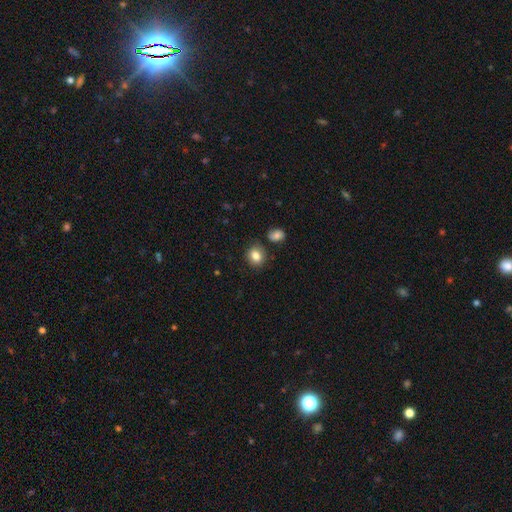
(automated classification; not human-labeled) smooth 84%, star or artifact 9%, featured or disk 7%. Down the decision tree: how rounded — round (64%); merging — none (83%).